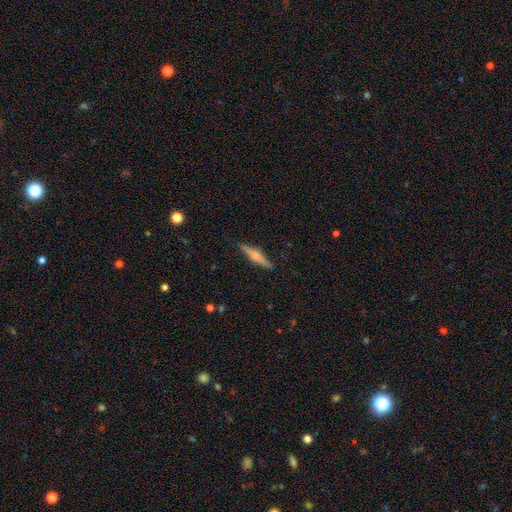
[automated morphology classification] Smooth or featured? Predicted: featured or disk (p=0.52). Edge-on disk? Predicted: yes (p=0.97). Edge-on bulge? Predicted: rounded (p=0.74). Merging? Predicted: none (p=0.88).